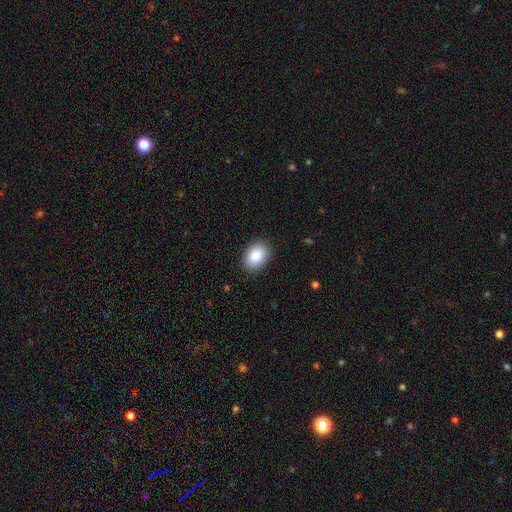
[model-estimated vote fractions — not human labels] smooth 86%, star or artifact 7%, featured or disk 7%. Down the decision tree: how rounded — in between (77%); merging — none (89%).